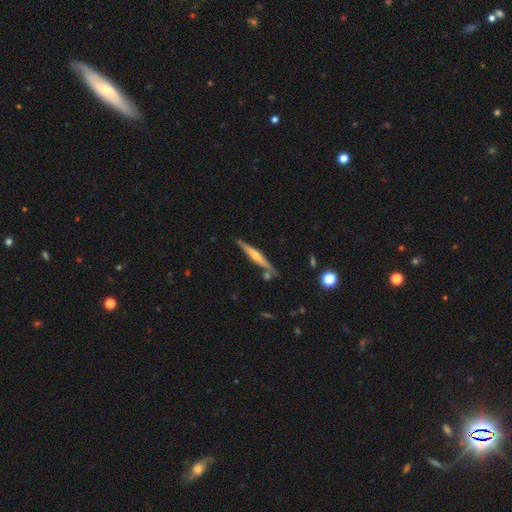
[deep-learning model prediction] The model was most divided on "smooth or featured": featured or disk: 62%, smooth: 32%, star or artifact: 6%. More confident: edge-on disk — yes (96%); merging — none (81%); edge-on bulge — rounded (76%).